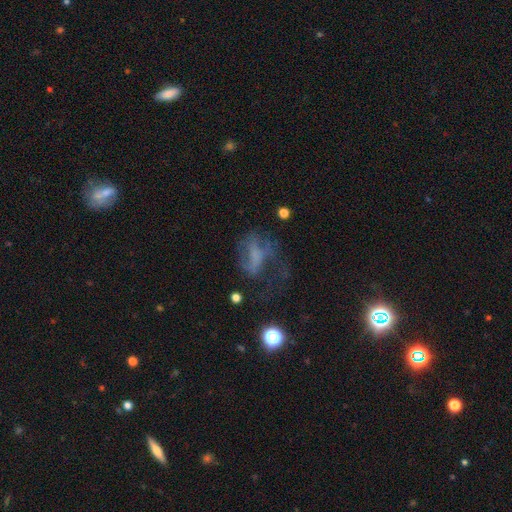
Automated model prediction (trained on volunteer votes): smooth_or_featured: featured or disk (p=0.46) [alt: smooth p=0.35]
merging: major disturbance (p=0.46) [alt: none p=0.31]